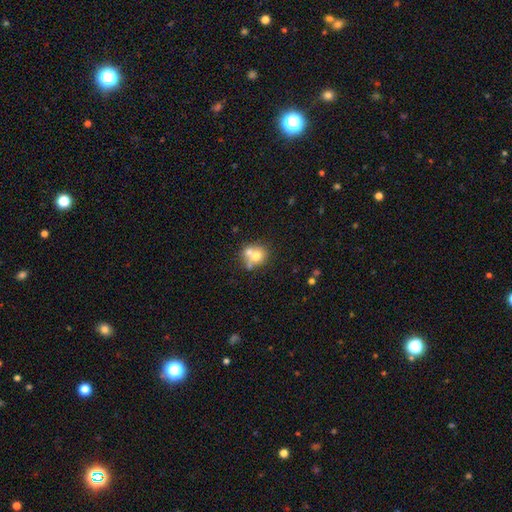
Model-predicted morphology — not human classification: This appears to be a smooth galaxy with no disk features (66%) that is round (78%). Merging: merger (49%).